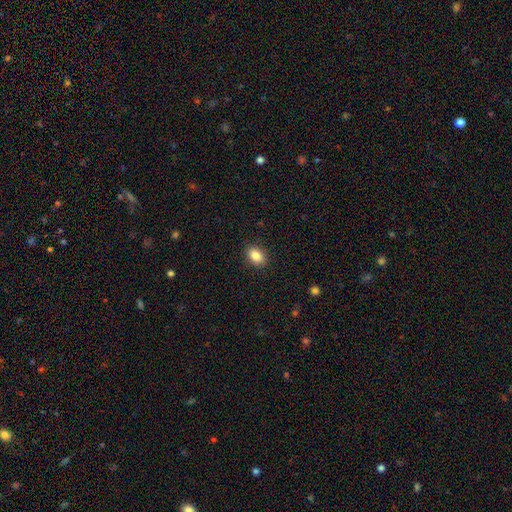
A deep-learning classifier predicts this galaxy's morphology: Smooth or featured?
  - smooth: 87% *
  - star or artifact: 8%
  - featured or disk: 5%
How rounded?
  - in between: 82% *
  - round: 16%
  - cigar-shaped: 1%
Merging?
  - none: 89% *
  - minor disturbance: 8%
  - major disturbance: 2%
  - merger: 1%